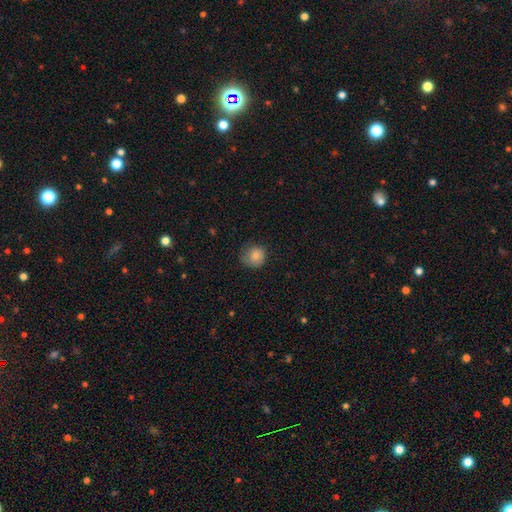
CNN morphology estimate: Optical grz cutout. It shows a smooth galaxy with no disk features (81%) that is round (87%). Merging: none (67%).